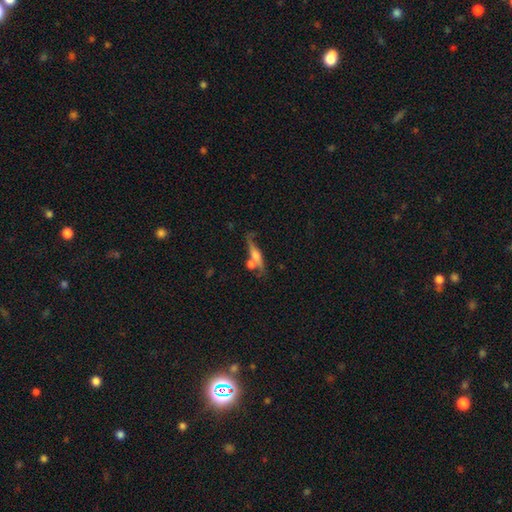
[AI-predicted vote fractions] This appears to be a featured or disk galaxy (57%) viewed edge-on (77%). Merging: none (51%).